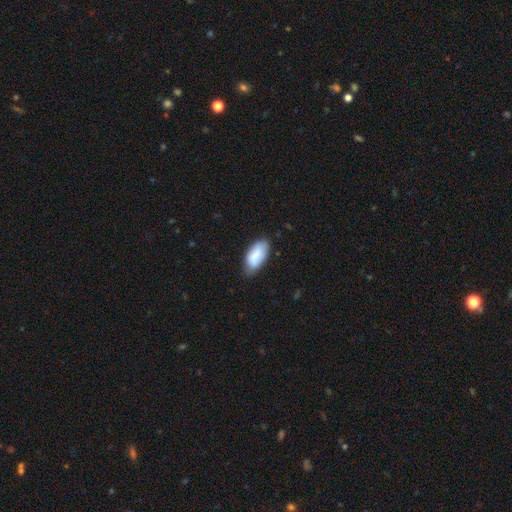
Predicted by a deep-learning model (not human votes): The model was most divided on "merging": none: 66%, minor disturbance: 28%, major disturbance: 5%, merger: 2%. More confident: how rounded — in between (93%); smooth or featured — smooth (80%).